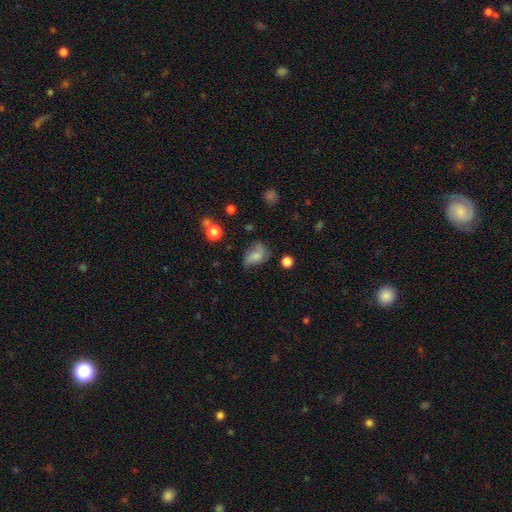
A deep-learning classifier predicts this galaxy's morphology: Smooth or featured?
  - smooth: 62% *
  - featured or disk: 27%
  - star or artifact: 11%
How rounded?
  - in between: 80% *
  - round: 17%
  - cigar-shaped: 3%
Merging?
  - none: 42% *
  - minor disturbance: 34%
  - major disturbance: 20%
  - merger: 4%